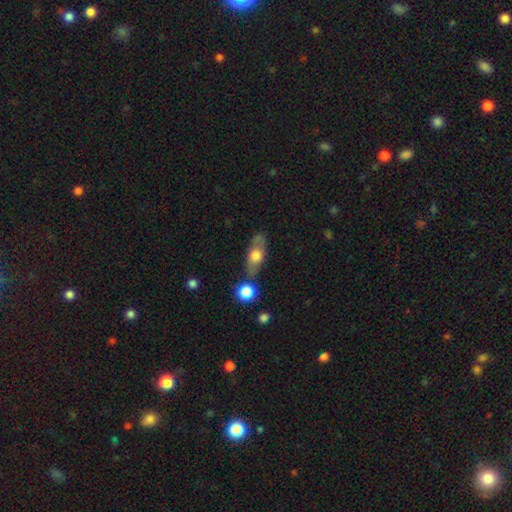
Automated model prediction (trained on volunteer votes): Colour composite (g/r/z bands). It shows a smooth galaxy with no disk features (57%) that is in between round and cigar-shaped (69%). Merging: none (64%).